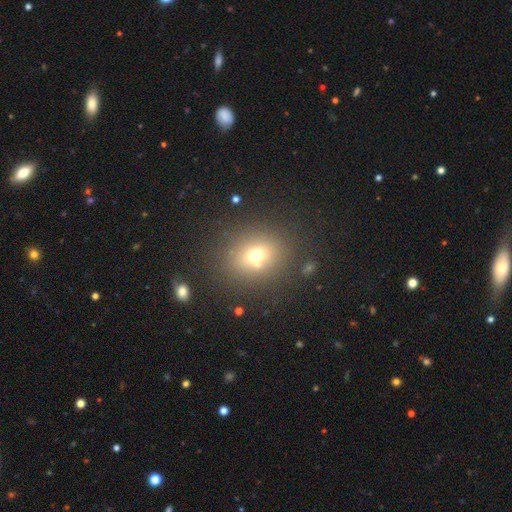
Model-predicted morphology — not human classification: A smooth galaxy with no disk features (65%) that is round (67%).

Vote fractions:
- Smooth or featured? smooth: 65% / star or artifact: 20% / featured or disk: 15%
- How rounded? round: 67% / in between: 32% / cigar-shaped: 1%
- Merging? none: 75% / minor disturbance: 10% / merger: 10% / major disturbance: 5%